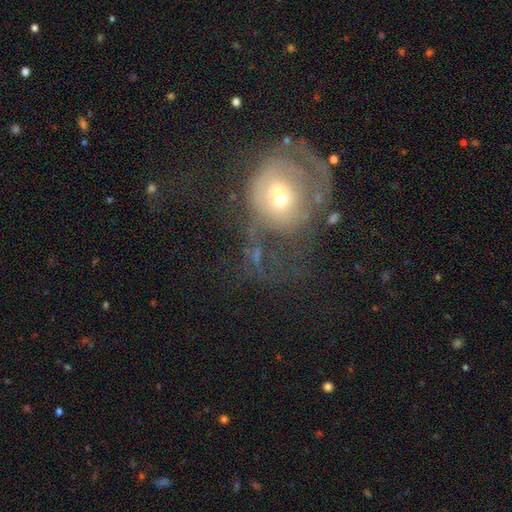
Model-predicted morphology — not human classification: featured or disk 52%, smooth 33%, star or artifact 15%. Down the decision tree: edge-on disk — no (95%); merging — major disturbance (49%).